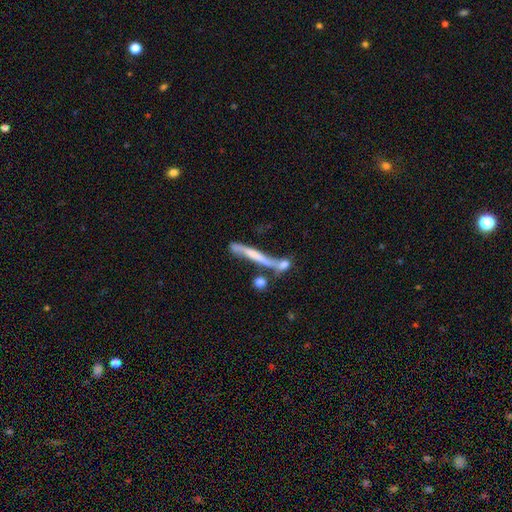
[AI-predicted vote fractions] Smooth or featured: featured or disk — 55% (smooth — 35%)
Edge-on disk: yes — 75% (no — 25%)
Merging: none — 41% (merger — 28%)